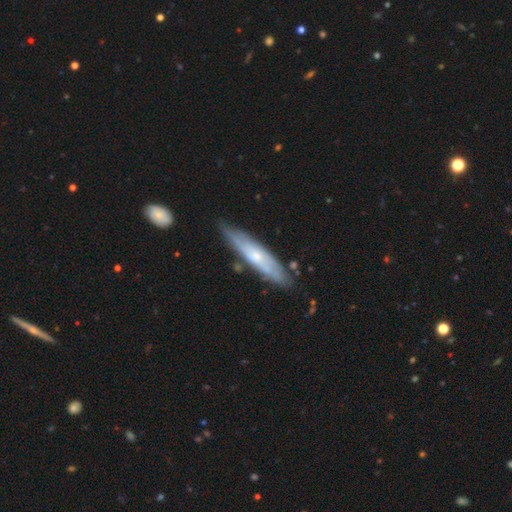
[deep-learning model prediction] A featured or disk galaxy (55%) viewed edge-on (58%). Merging: none (75%).